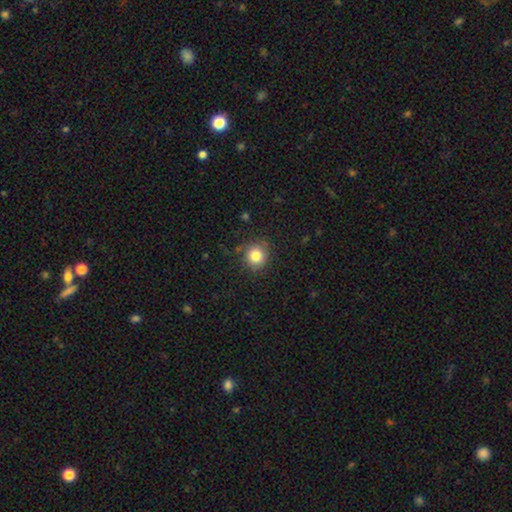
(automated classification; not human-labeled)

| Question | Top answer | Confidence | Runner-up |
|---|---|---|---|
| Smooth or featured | smooth | 82% | star or artifact (11%) |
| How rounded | round | 91% | in between (8%) |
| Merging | none | 85% | minor disturbance (11%) |